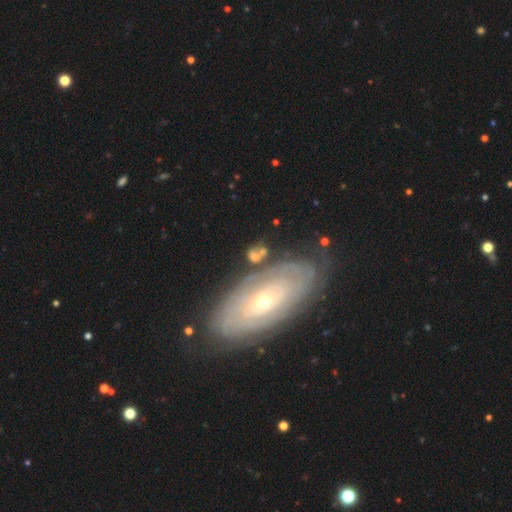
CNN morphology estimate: Smooth or featured? Predicted: featured or disk (p=0.49). Merging? Predicted: none (p=0.61).